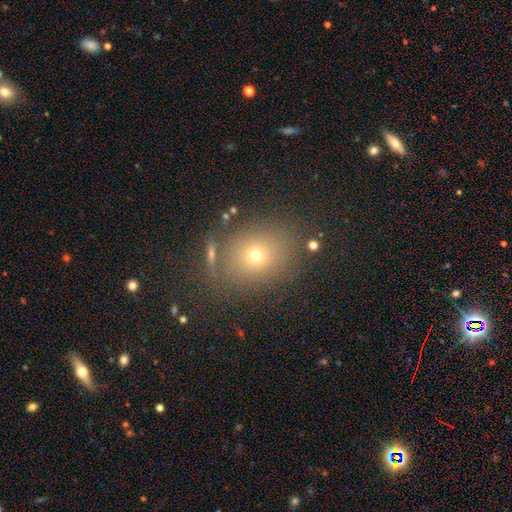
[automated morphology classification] Smooth or featured?
  - smooth: 67% *
  - star or artifact: 19%
  - featured or disk: 14%
How rounded?
  - round: 62% *
  - in between: 37%
  - cigar-shaped: 1%
Merging?
  - none: 78% *
  - minor disturbance: 11%
  - merger: 5%
  - major disturbance: 5%